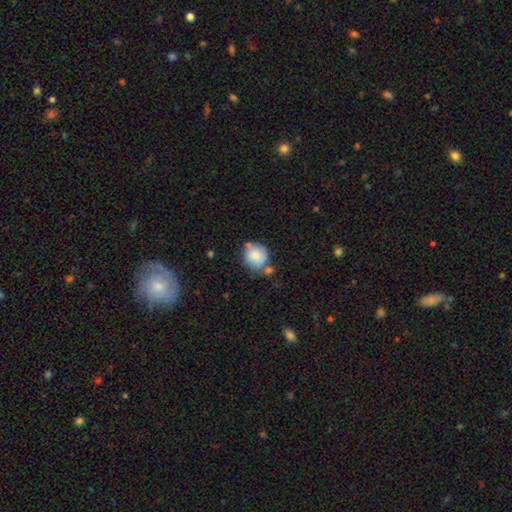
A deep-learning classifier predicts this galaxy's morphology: The model was most divided on "merging": none: 57%, minor disturbance: 20%, merger: 17%, major disturbance: 5%. More confident: how rounded — round (84%); smooth or featured — smooth (79%).